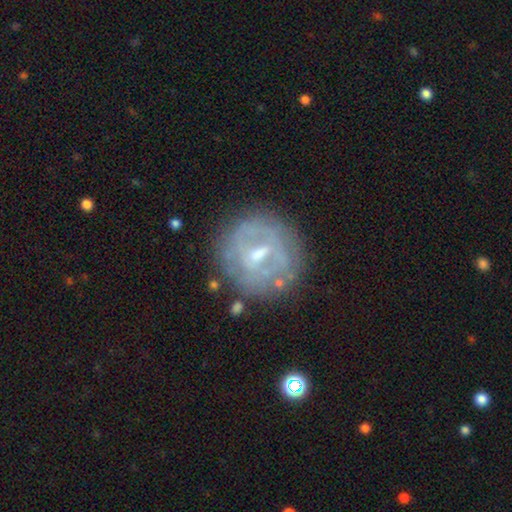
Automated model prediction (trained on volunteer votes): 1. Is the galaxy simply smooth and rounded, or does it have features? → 71% featured or disk, 21% smooth, 8% star or artifact.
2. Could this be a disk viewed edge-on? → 96% no, 4% yes.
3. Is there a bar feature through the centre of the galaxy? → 51% weak, 28% strong, 20% no.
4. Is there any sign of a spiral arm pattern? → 57% no, 43% yes.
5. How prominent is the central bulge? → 52% moderate, 38% small, 5% none, 3% large, 1% dominant.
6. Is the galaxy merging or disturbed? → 74% none, 16% minor disturbance, 7% major disturbance, 3% merger.